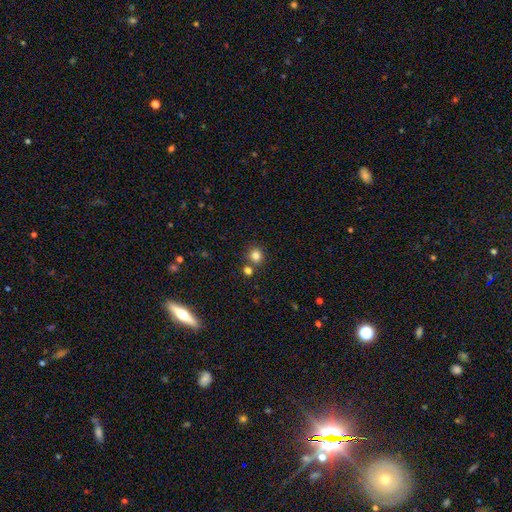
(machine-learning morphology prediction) A smooth galaxy with no disk features (82%) that is round (87%). Merging: none (74%).